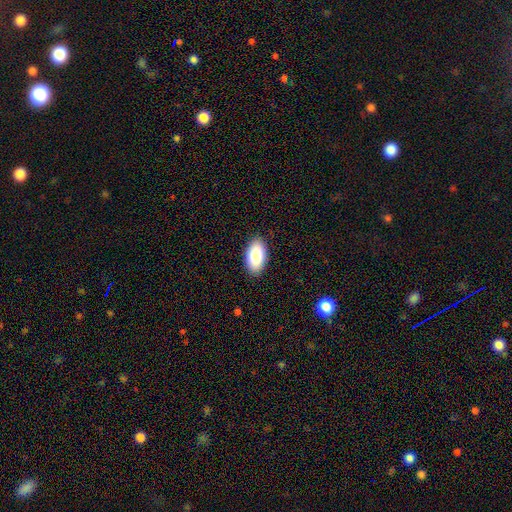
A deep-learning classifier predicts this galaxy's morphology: A smooth galaxy with no disk features (86%) that is in between round and cigar-shaped (95%).

Vote fractions:
- Smooth or featured? smooth: 86% / featured or disk: 8% / star or artifact: 6%
- How rounded? in between: 95% / round: 3% / cigar-shaped: 2%
- Merging? none: 88% / minor disturbance: 9% / major disturbance: 2% / merger: 1%